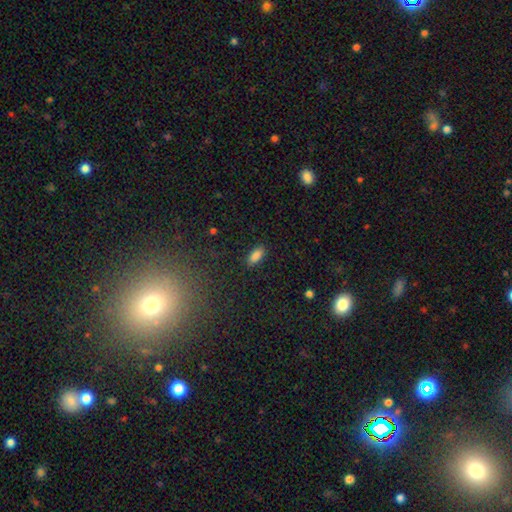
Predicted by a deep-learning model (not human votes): smooth-or-featured: smooth: 86% | star or artifact: 9% | featured or disk: 5%
  how-rounded: in between: 87% | cigar-shaped: 10% | round: 3%
  merging: none: 87% | minor disturbance: 10% | major disturbance: 2% | merger: 1%